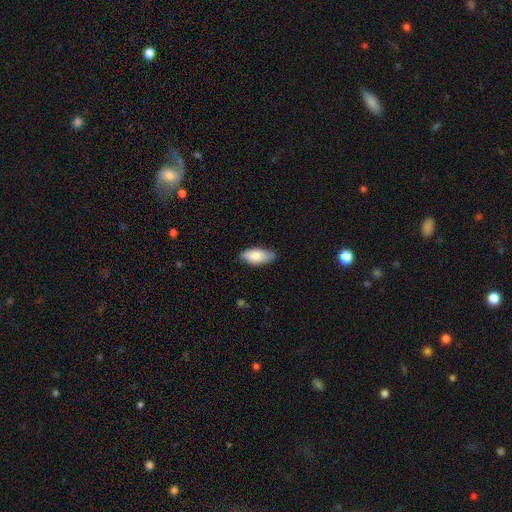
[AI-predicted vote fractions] Smooth or featured: smooth — 83% (featured or disk — 11%)
How rounded: in between — 88% (cigar-shaped — 10%)
Merging: none — 78% (minor disturbance — 18%)